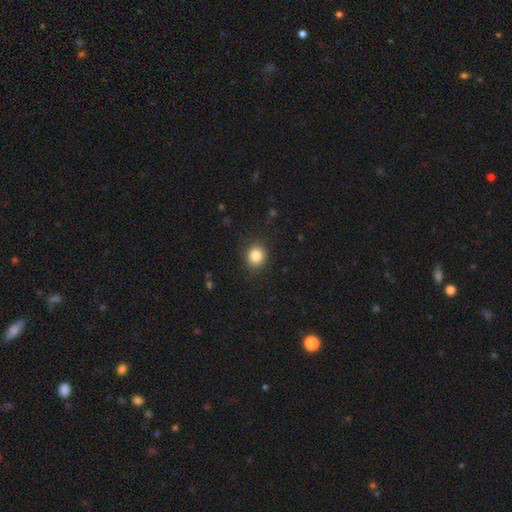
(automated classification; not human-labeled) Morphology: type=smooth (84%); roundness=round (77%); merging=none (87%).